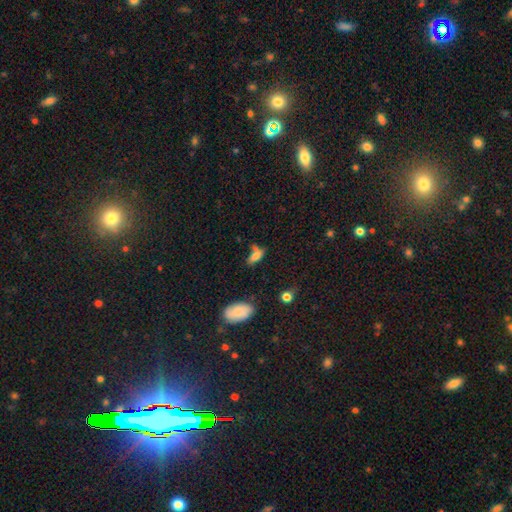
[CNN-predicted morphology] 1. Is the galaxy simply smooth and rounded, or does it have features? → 69% smooth, 18% featured or disk, 12% star or artifact.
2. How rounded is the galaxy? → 77% in between, 17% cigar-shaped, 6% round.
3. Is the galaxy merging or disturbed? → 39% none, 24% minor disturbance, 21% merger, 16% major disturbance.